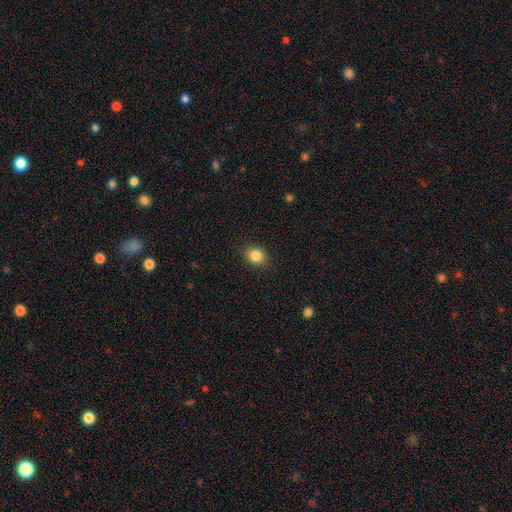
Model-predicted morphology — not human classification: Smooth or featured? smooth (85%)
How rounded? round (60%)
Merging? none (87%)